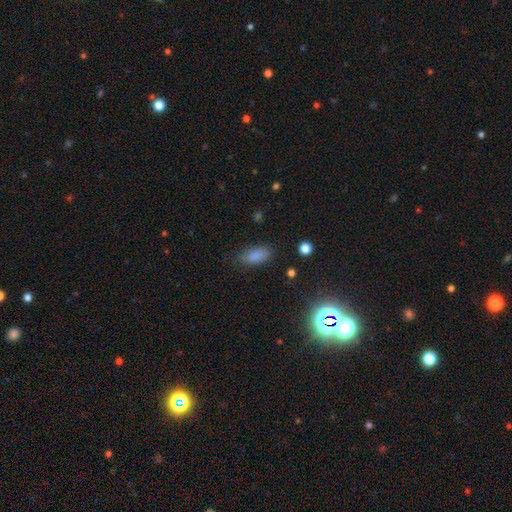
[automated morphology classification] type=smooth (84%); roundness=in between (85%); merging=none (80%).